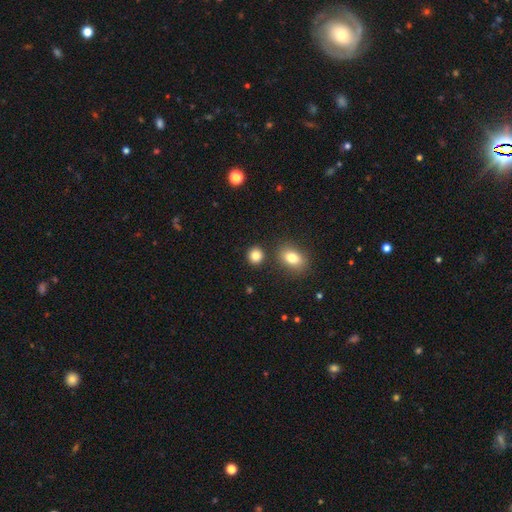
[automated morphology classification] Overall: smooth (84%). How rounded: round (81%). Merging: none (84%).